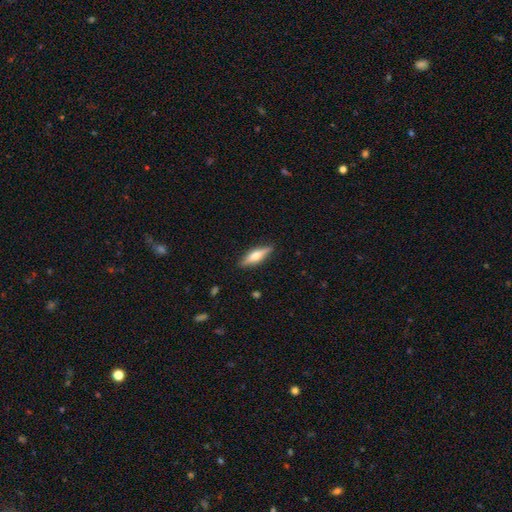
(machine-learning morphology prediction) A featured or disk galaxy (50%). Merging: none (88%).